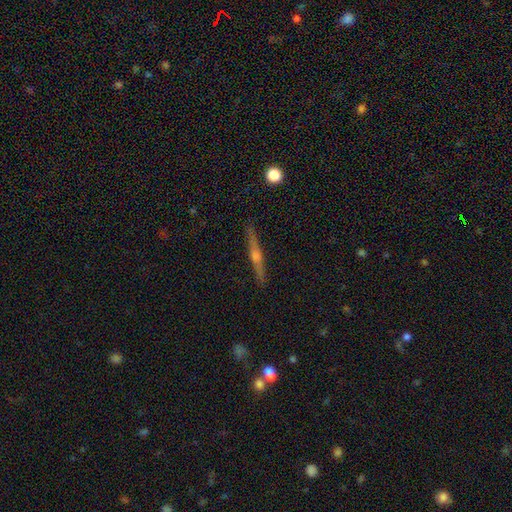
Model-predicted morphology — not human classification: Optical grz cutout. It shows a featured or disk galaxy (73%) viewed edge-on (98%) with a rounded central bulge (83%). Merging: none (91%).